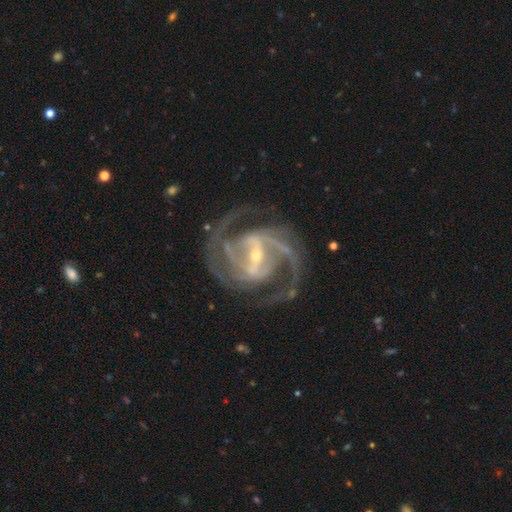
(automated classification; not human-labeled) smooth-or-featured: featured or disk: 93% | star or artifact: 4% | smooth: 2%
  disk-edge-on: no: 97% | yes: 3%
    bar: strong: 69% | weak: 24% | no: 7%
    has-spiral-arms: yes: 98% | no: 2%
      spiral-winding: medium: 57% | tight: 35% | loose: 9%
      spiral-arm-count: 2: 72% | 3: 14% | can't tell: 4% | 4: 4% | 1: 3% | more than 4: 3%
    bulge-size: small: 66% | moderate: 30% | large: 2% | none: 2% | dominant: 1%
  merging: none: 77% | minor disturbance: 13% | major disturbance: 9% | merger: 1%